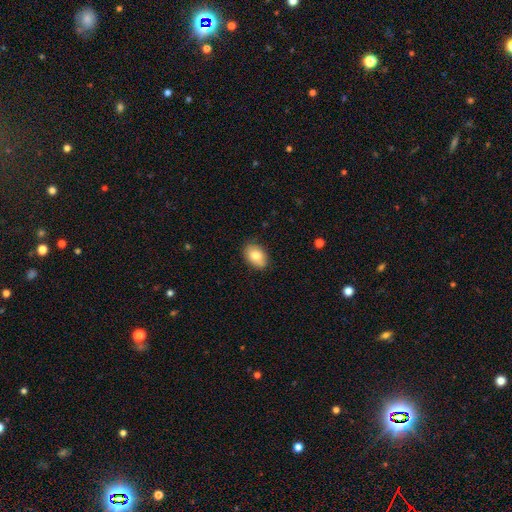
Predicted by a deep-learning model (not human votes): The model was most divided on "smooth or featured": smooth: 79%, featured or disk: 13%, star or artifact: 8%. More confident: how rounded — in between (82%); merging — none (82%).